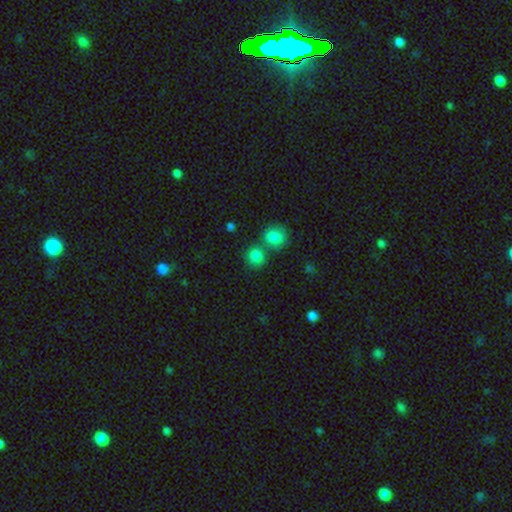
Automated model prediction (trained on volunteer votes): Smooth or featured? smooth (84%)
How rounded? round (82%)
Merging? none (55%)